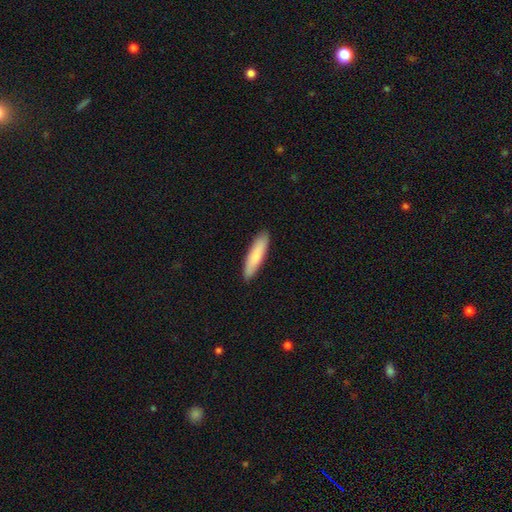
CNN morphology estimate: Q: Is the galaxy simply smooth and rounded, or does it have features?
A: smooth — 82%.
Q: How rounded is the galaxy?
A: cigar-shaped — 77%.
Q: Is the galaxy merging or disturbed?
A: none — 91%.